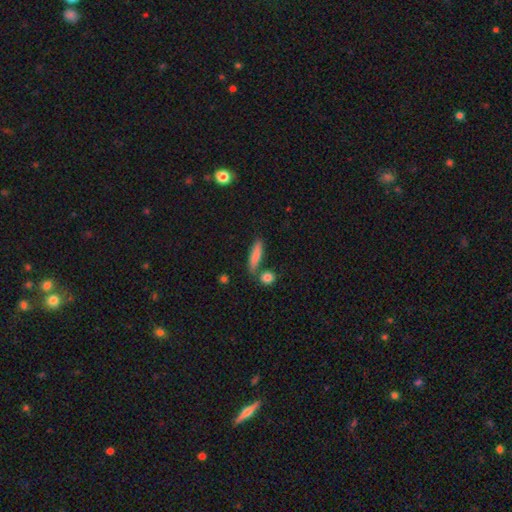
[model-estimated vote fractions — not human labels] Smooth or featured? Predicted: smooth (p=0.80). How rounded? Predicted: cigar-shaped (p=0.69). Merging? Predicted: none (p=0.71).